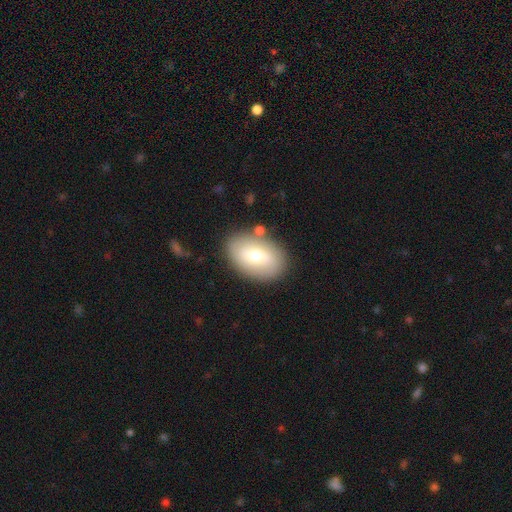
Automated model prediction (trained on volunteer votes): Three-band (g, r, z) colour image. It shows a smooth galaxy with no disk features (66%) that is in between round and cigar-shaped (87%). Merging: none (81%).